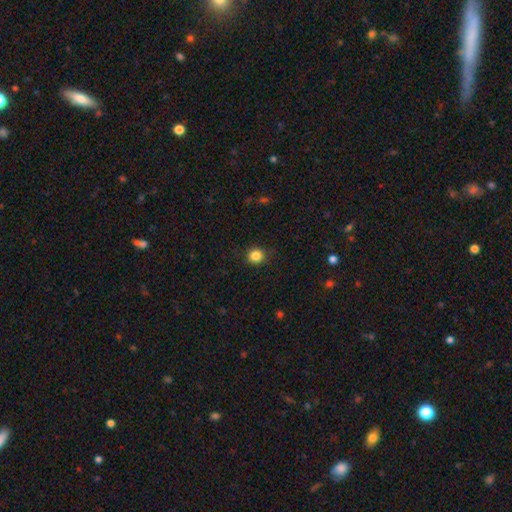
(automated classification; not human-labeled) Smooth or featured? Predicted: smooth (p=0.85). How rounded? Predicted: round (p=0.88). Merging? Predicted: none (p=0.87).